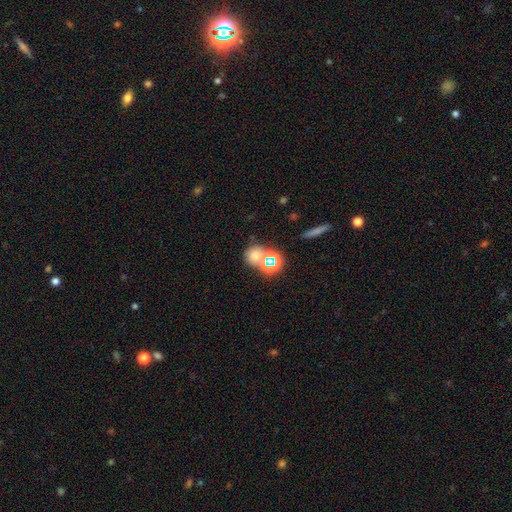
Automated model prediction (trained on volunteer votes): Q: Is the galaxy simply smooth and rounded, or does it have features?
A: smooth — 60%.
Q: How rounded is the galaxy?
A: round — 73%.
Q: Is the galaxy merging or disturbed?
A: none — 53%.